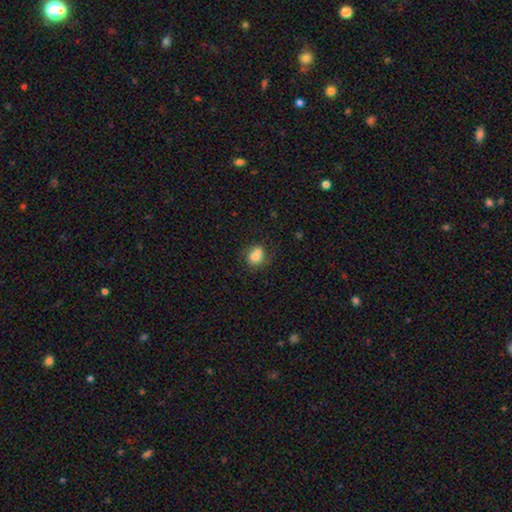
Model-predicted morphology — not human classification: Q: Smooth or featured?
A: smooth (74%); runner-up: featured or disk (16%)
Q: How rounded?
A: round (59%); runner-up: in between (40%)
Q: Merging?
A: merger (42%); runner-up: none (39%)